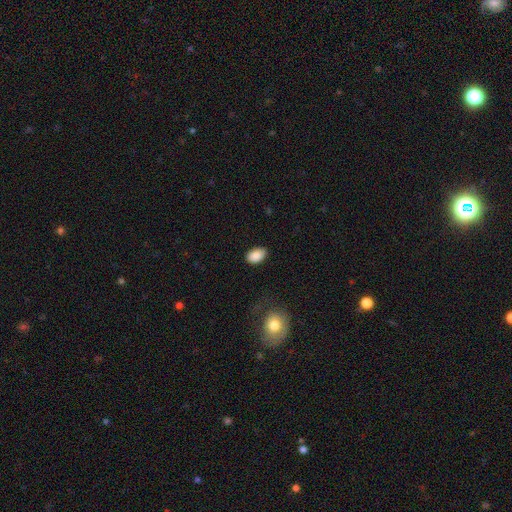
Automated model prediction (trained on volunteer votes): Smooth or featured? smooth (88%)
How rounded? in between (89%)
Merging? none (85%)